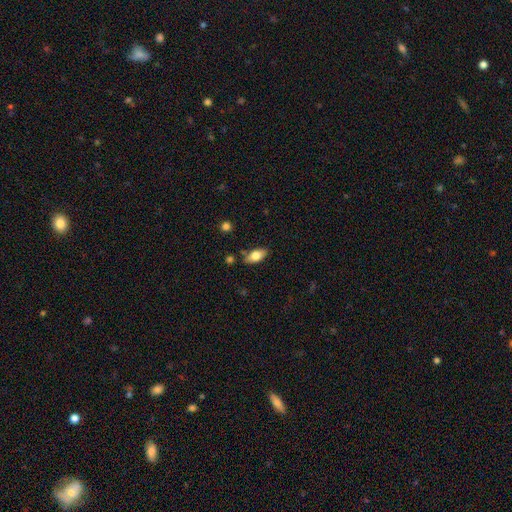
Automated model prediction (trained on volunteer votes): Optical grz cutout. It shows a smooth galaxy with no disk features (72%) that is in between round and cigar-shaped (86%). Merging: none (81%).